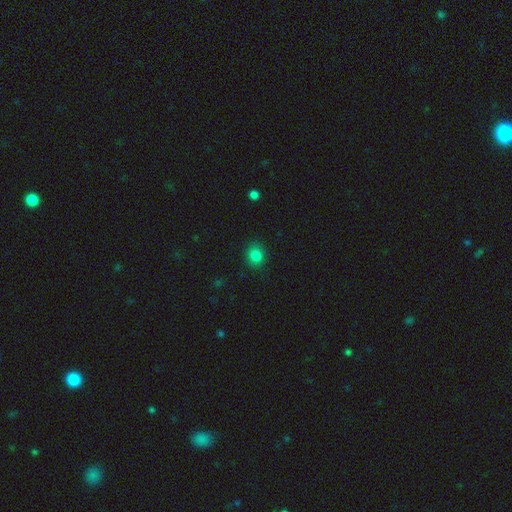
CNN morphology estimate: Overall: smooth (82%). How rounded: round (68%; in between 31%). Merging: none (86%).